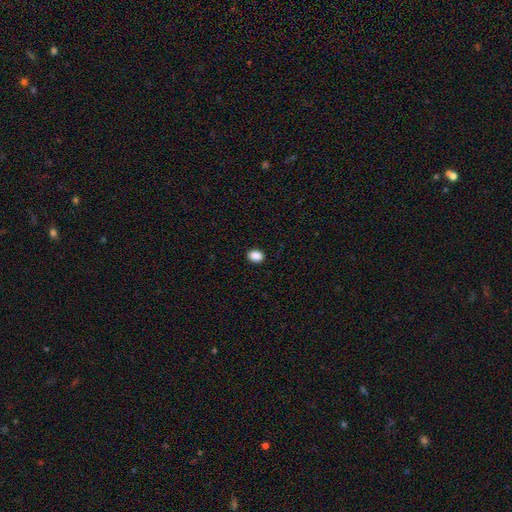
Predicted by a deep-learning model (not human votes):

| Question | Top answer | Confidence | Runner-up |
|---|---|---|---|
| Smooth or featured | smooth | 88% | star or artifact (9%) |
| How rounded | in between | 63% | round (36%) |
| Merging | none | 91% | minor disturbance (6%) |